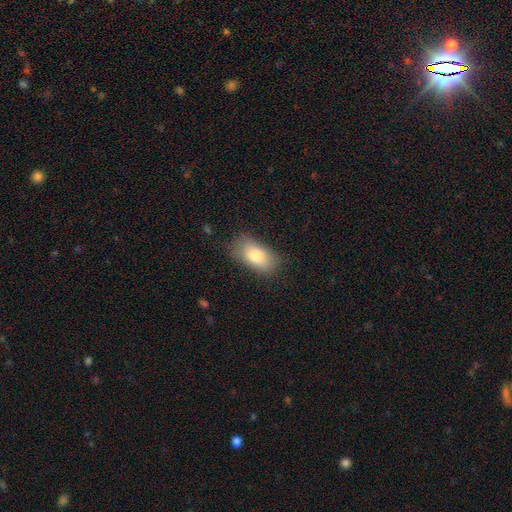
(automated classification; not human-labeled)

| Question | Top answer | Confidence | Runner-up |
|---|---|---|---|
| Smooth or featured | smooth | 81% | featured or disk (12%) |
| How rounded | in between | 92% | round (5%) |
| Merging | none | 75% | minor disturbance (19%) |